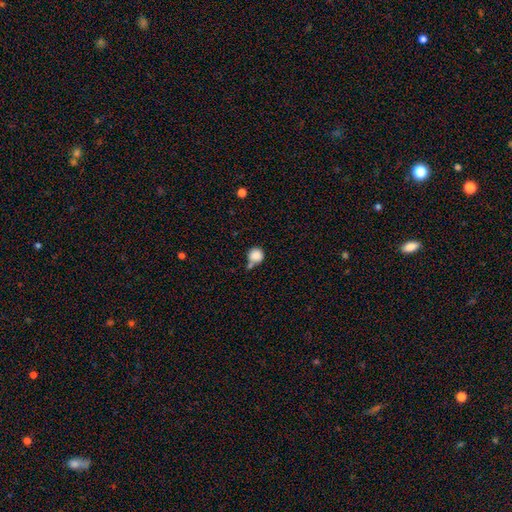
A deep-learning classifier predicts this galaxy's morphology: smooth_or_featured: smooth (p=0.86) [alt: star or artifact p=0.09]
how_rounded: round (p=0.91) [alt: in between p=0.08]
merging: none (p=0.50) [alt: merger p=0.27]